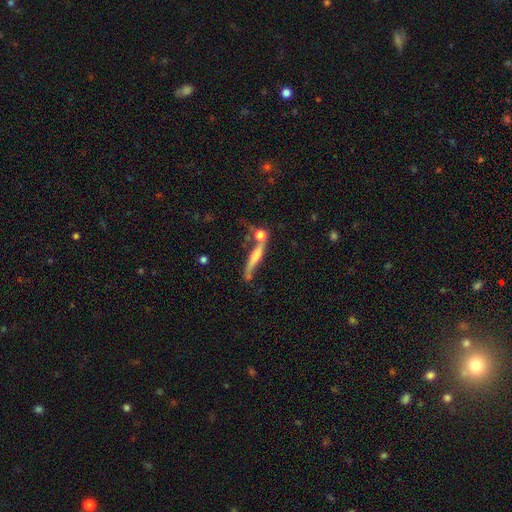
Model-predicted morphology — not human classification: Smooth or featured? featured or disk (48%)
Merging? none (43%)